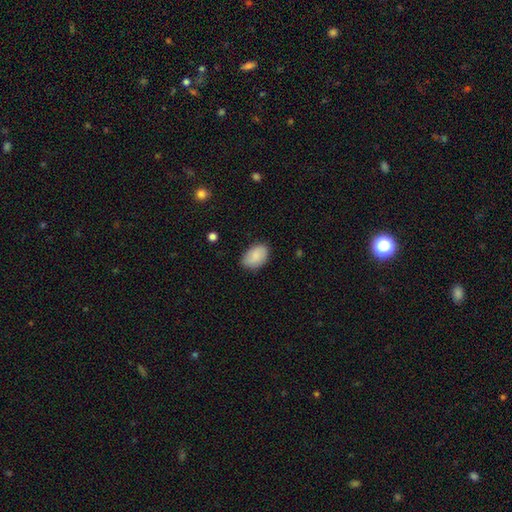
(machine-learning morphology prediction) smooth 84%, featured or disk 9%, star or artifact 6%. Down the decision tree: how rounded — in between (89%); merging — none (80%).